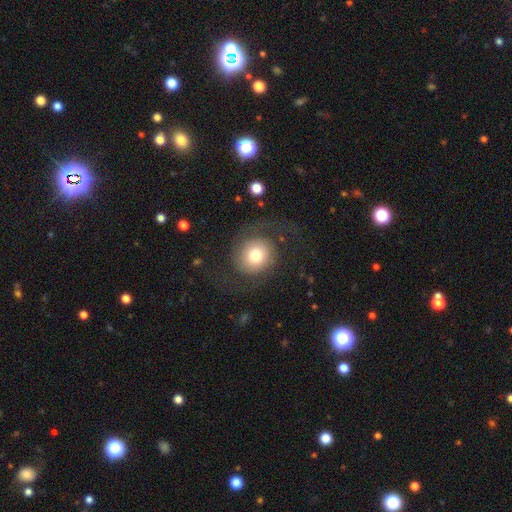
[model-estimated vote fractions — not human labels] Smooth or featured? Predicted: smooth (p=0.48). Merging? Predicted: none (p=0.68).